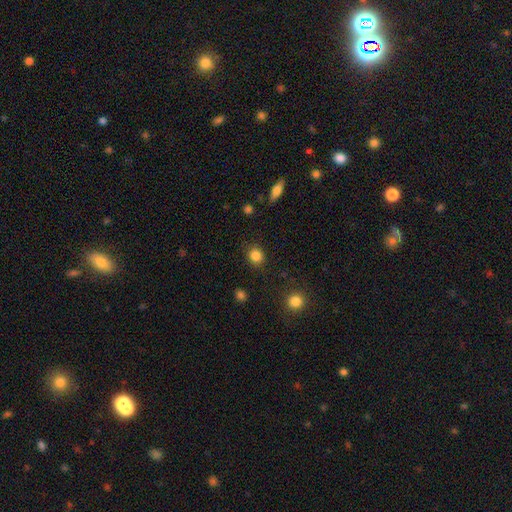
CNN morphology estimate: Smooth or featured? Predicted: smooth (p=0.85). How rounded? Predicted: round (p=0.79). Merging? Predicted: none (p=0.88).